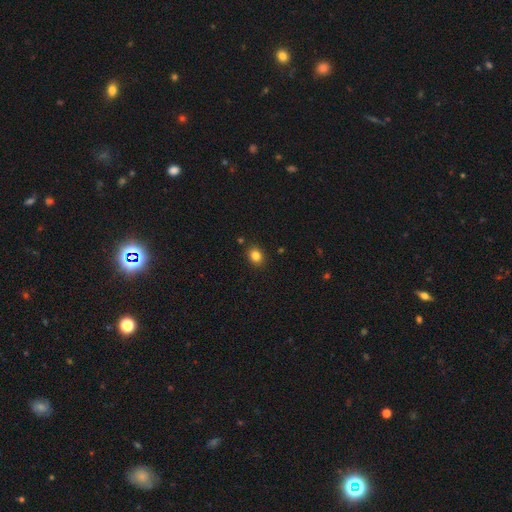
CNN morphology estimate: This appears to be a smooth galaxy with no disk features (83%) that is round (53%). Merging: none (88%).